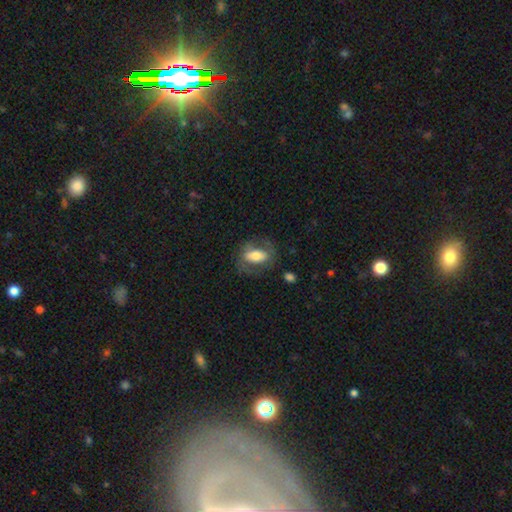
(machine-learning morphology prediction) type=smooth (53%); roundness=in between (83%); merging=none (66%).